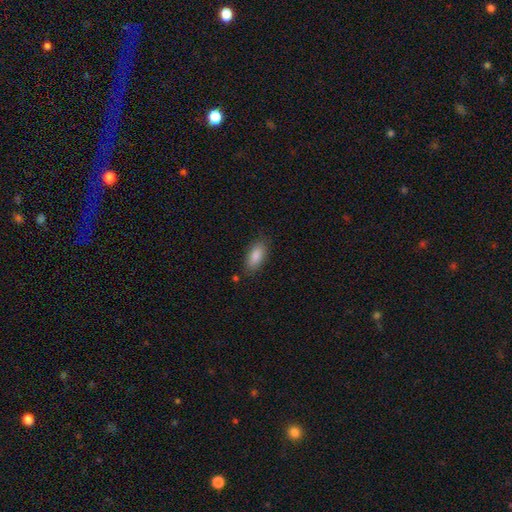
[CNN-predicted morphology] smooth_or_featured: smooth (p=0.85) [alt: star or artifact p=0.07]
how_rounded: in between (p=0.84) [alt: cigar-shaped p=0.13]
merging: none (p=0.85) [alt: minor disturbance p=0.11]